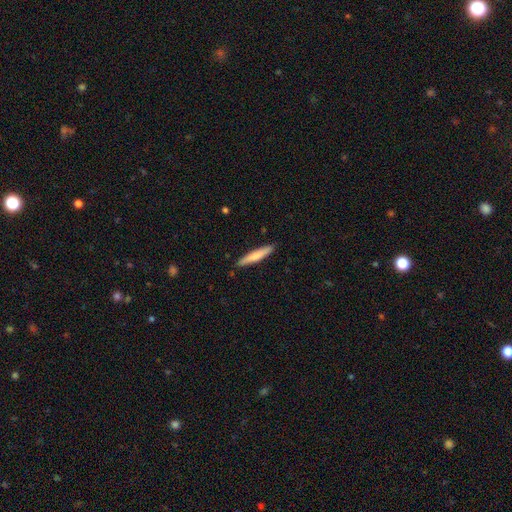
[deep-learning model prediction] The model was most divided on "smooth or featured": smooth: 70%, featured or disk: 25%, star or artifact: 5%. More confident: how rounded — cigar-shaped (93%); merging — none (90%).